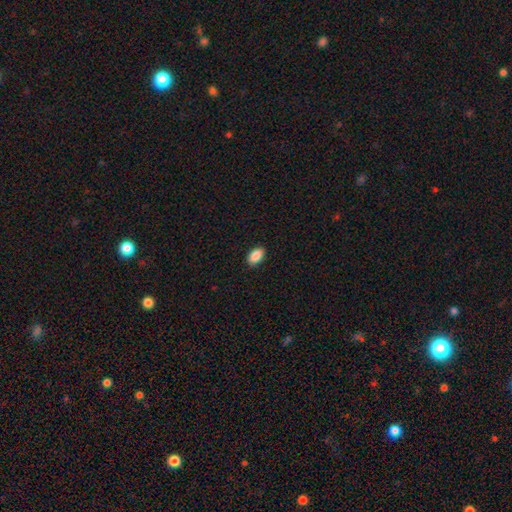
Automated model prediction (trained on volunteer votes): Smooth or featured: smooth — 89% (star or artifact — 7%)
How rounded: in between — 92% (round — 6%)
Merging: none — 89% (minor disturbance — 8%)